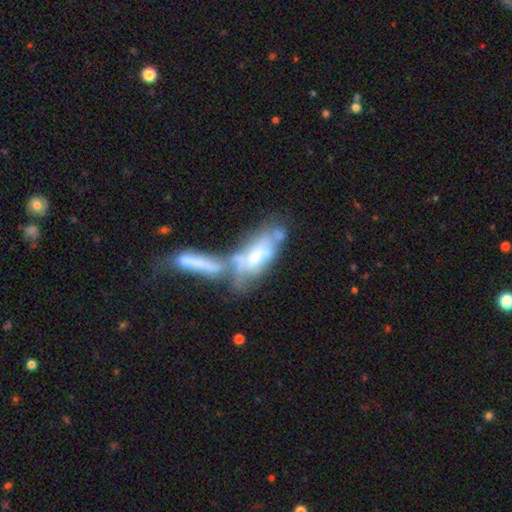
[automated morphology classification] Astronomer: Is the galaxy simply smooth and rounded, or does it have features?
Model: featured or disk — 49% (runner-up: smooth, 43%).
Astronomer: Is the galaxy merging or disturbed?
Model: merger — 59%.